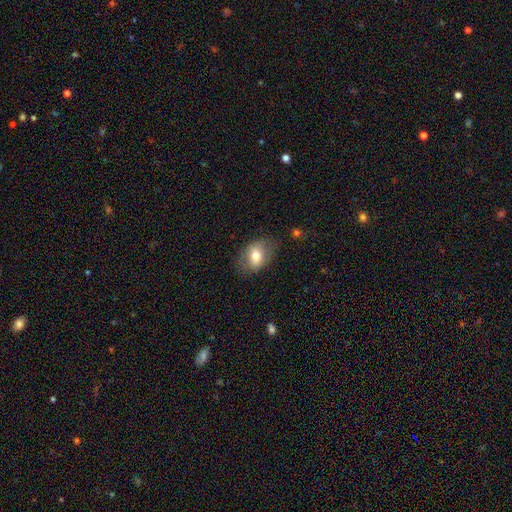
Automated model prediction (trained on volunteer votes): Smooth or featured? smooth (69%)
How rounded? in between (75%)
Merging? none (75%)